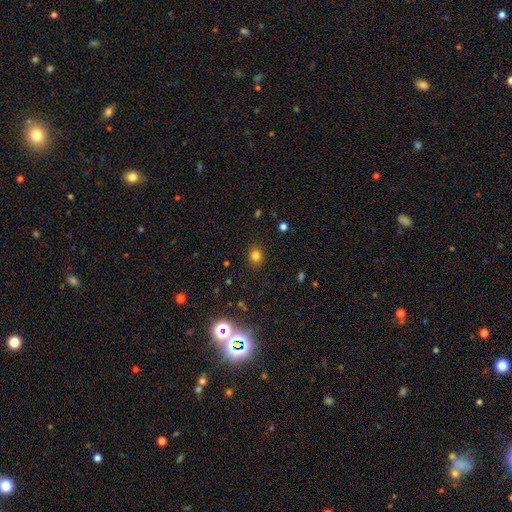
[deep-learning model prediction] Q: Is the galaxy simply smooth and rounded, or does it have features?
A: smooth — 79%.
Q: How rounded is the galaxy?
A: round — 76%.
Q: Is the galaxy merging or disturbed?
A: none — 88%.